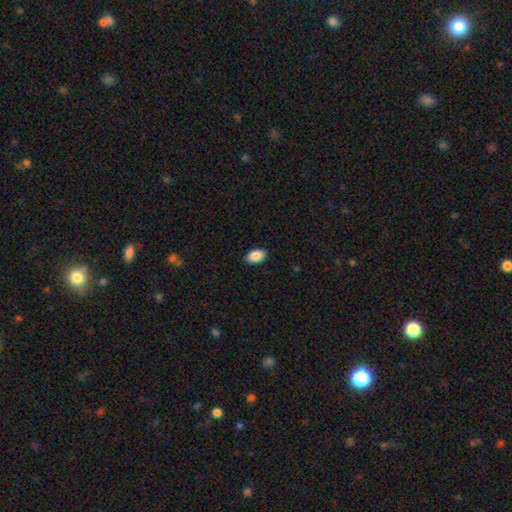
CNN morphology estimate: A smooth galaxy with no disk features (90%) that is in between round and cigar-shaped (92%). Merging: none (89%).